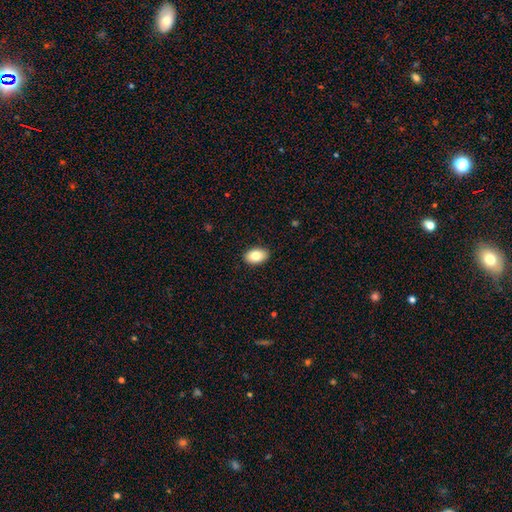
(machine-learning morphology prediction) Overall: smooth (82%). How rounded: in between (88%). Merging: none (90%).